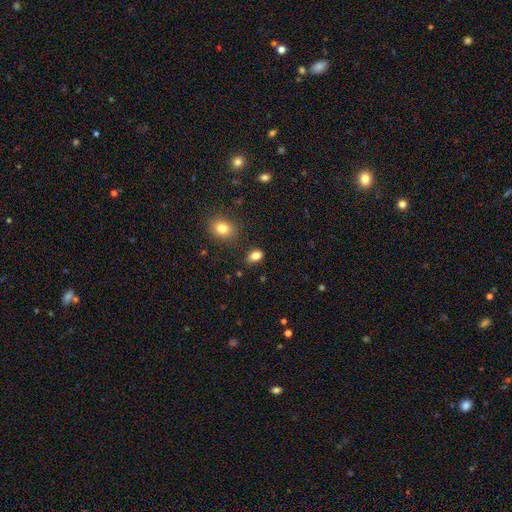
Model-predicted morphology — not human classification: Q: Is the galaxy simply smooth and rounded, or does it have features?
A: smooth — 83%.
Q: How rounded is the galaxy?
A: in between — 79%.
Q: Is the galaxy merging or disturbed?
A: none — 78%.